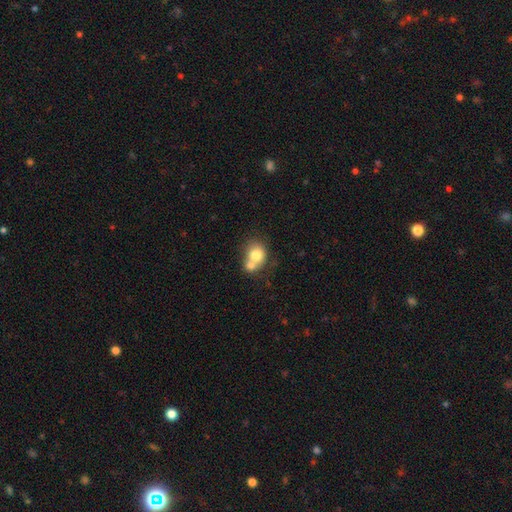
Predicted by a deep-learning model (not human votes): Smooth or featured?
  - smooth: 74% *
  - featured or disk: 17%
  - star or artifact: 9%
How rounded?
  - round: 68% *
  - in between: 31%
  - cigar-shaped: 1%
Merging?
  - merger: 56% *
  - none: 31%
  - minor disturbance: 9%
  - major disturbance: 4%